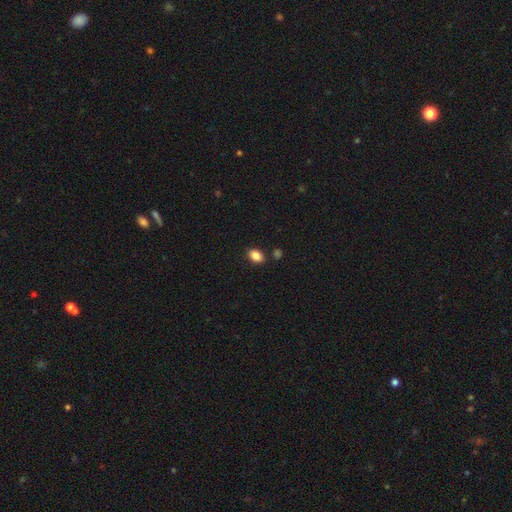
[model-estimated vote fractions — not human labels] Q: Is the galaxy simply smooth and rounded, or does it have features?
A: smooth — 87%.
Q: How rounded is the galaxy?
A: in between — 86%.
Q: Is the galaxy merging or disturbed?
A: none — 85%.